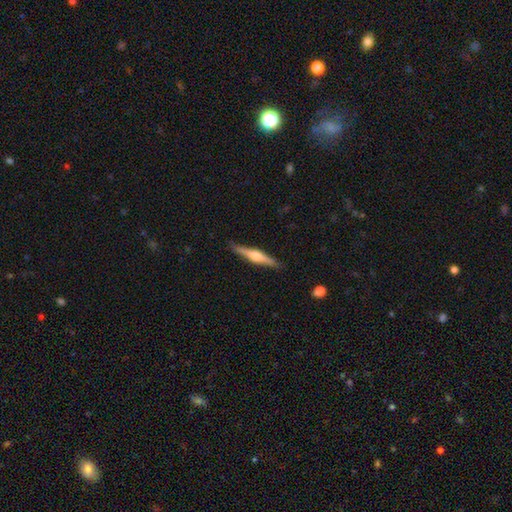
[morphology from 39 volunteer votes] Smooth or featured? featured or disk (79%)
Edge-on disk? yes (94%)
Edge-on bulge? rounded (86%)
Merging? none (85%)